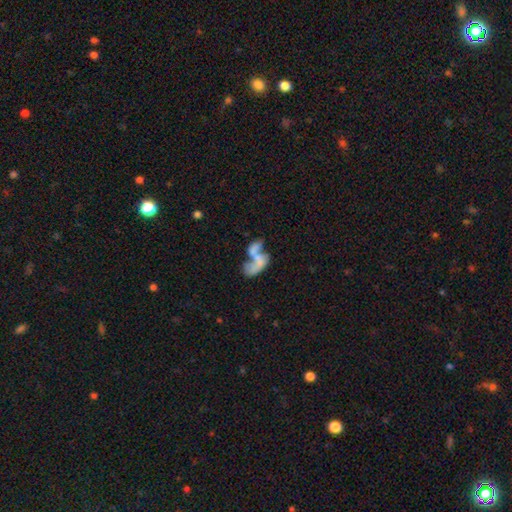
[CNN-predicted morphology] Smooth or featured: featured or disk — 49% (smooth — 40%)
Merging: merger — 62% (major disturbance — 17%)